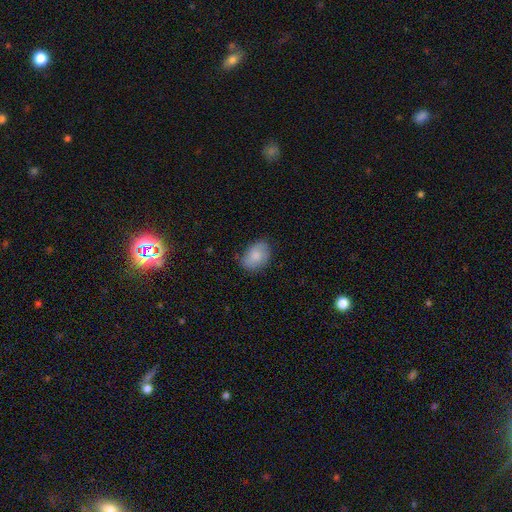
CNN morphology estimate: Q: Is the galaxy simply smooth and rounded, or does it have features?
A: smooth — 81%.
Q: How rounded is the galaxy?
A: in between — 79%.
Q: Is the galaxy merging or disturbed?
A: none — 72%.